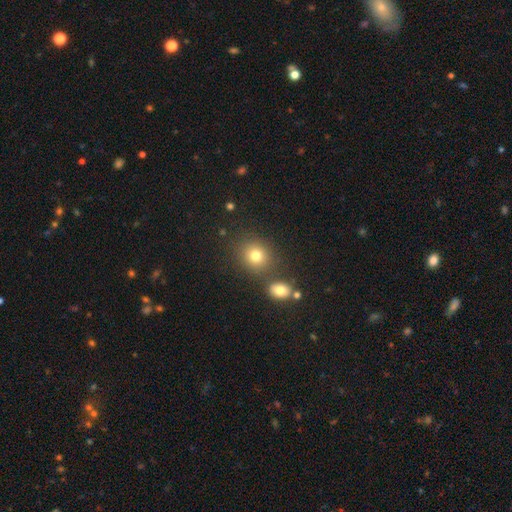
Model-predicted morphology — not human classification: smooth_or_featured: smooth (p=0.77) [alt: star or artifact p=0.14]
how_rounded: round (p=0.75) [alt: in between p=0.24]
merging: none (p=0.76) [alt: merger p=0.12]